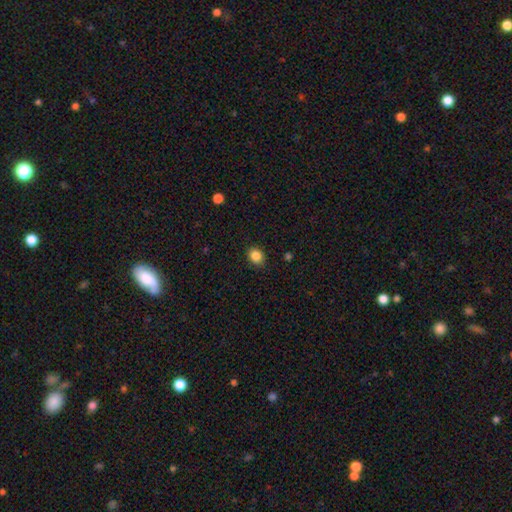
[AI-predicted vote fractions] A smooth galaxy with no disk features (85%) that is round (56%).

Vote fractions:
- Smooth or featured? smooth: 85% / star or artifact: 10% / featured or disk: 4%
- How rounded? round: 56% / in between: 43% / cigar-shaped: 1%
- Merging? none: 89% / minor disturbance: 8% / major disturbance: 2% / merger: 1%